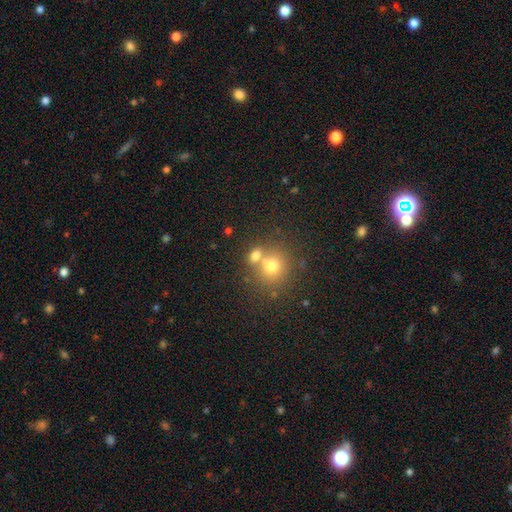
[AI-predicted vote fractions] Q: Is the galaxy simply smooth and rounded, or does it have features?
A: smooth — 71%.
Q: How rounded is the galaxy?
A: round — 68%.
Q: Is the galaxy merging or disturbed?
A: none — 44%.